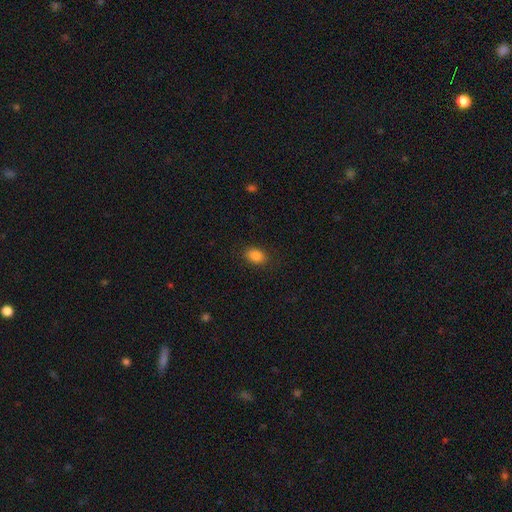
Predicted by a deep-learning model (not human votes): Q: Smooth or featured?
A: smooth (86%); runner-up: star or artifact (9%)
Q: How rounded?
A: in between (77%); runner-up: round (21%)
Q: Merging?
A: none (87%); runner-up: minor disturbance (9%)